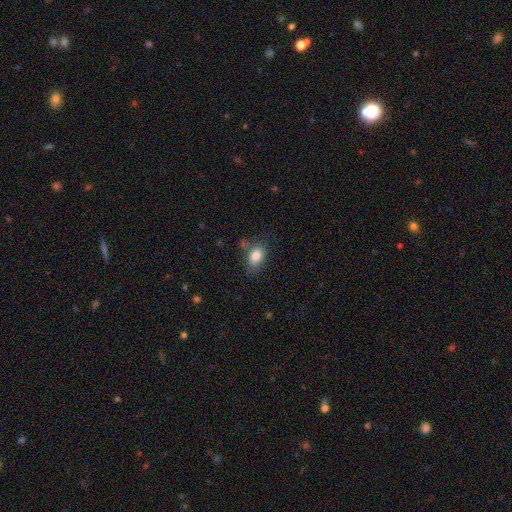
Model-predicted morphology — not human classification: Smooth or featured? smooth (83%)
How rounded? in between (85%)
Merging? none (65%)